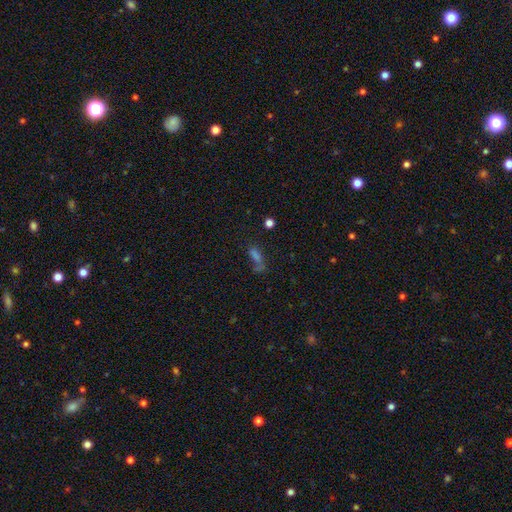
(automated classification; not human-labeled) The model was most divided on "smooth or featured": smooth: 52%, star or artifact: 30%, featured or disk: 18%. Remaining: how rounded — in between (56%); merging — none (43%).